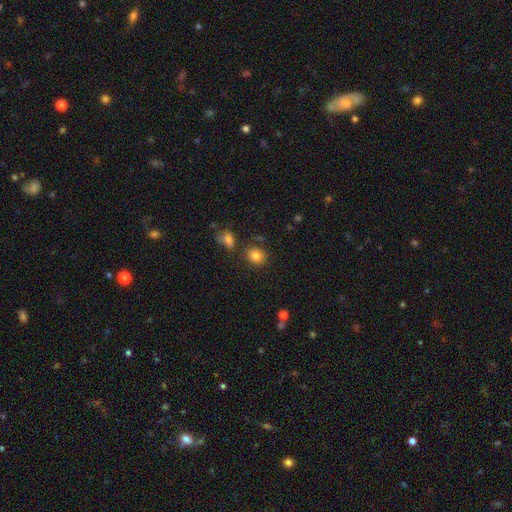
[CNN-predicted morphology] smooth 83%, star or artifact 11%, featured or disk 6%. Down the decision tree: how rounded — round (74%); merging — none (80%).